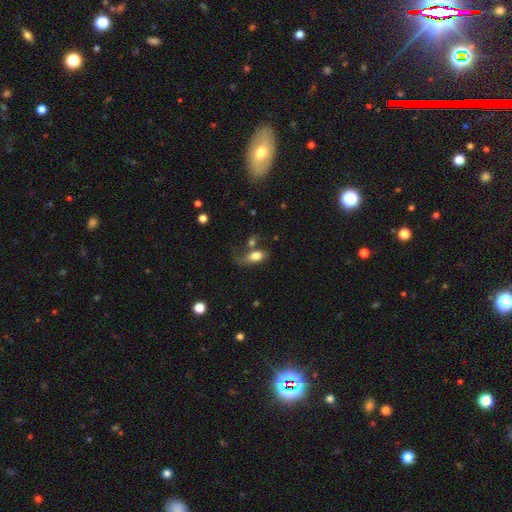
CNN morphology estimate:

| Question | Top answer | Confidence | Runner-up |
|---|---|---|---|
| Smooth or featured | smooth | 75% | featured or disk (17%) |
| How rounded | in between | 83% | round (11%) |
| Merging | none | 32% | merger (26%) |